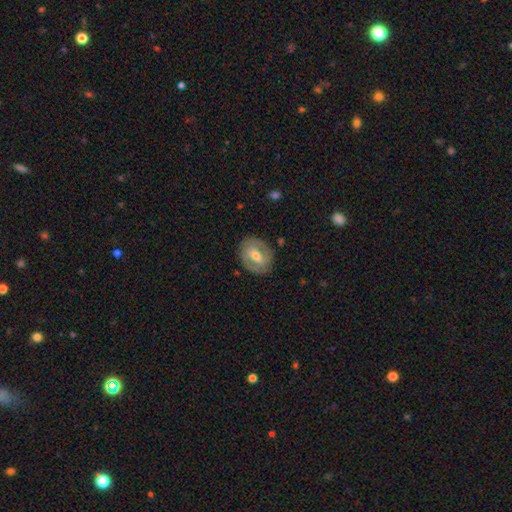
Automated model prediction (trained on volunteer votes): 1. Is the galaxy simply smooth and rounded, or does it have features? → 66% featured or disk, 29% smooth, 6% star or artifact.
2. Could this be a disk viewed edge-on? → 95% no, 5% yes.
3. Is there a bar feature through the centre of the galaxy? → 46% weak, 32% strong, 22% no.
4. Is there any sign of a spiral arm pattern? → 69% yes, 31% no.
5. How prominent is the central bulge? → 61% moderate, 33% small, 4% large, 1% none, 1% dominant.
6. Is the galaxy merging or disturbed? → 81% none, 13% minor disturbance, 4% major disturbance, 1% merger.